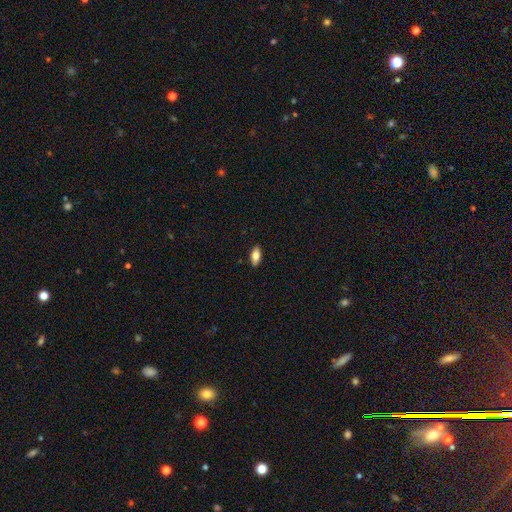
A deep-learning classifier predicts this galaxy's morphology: Overall: smooth (75%). How rounded: in between (88%). Merging: none (89%).